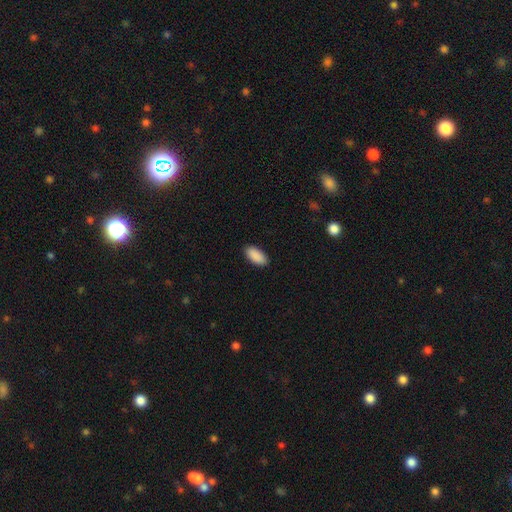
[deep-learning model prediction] Smooth or featured? Predicted: smooth (p=0.91). How rounded? Predicted: in between (p=0.92). Merging? Predicted: none (p=0.89).